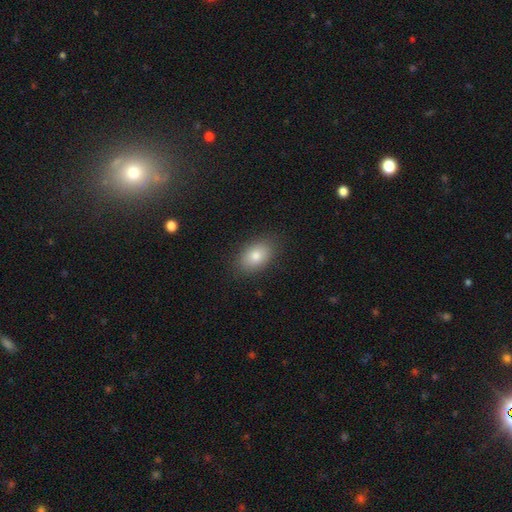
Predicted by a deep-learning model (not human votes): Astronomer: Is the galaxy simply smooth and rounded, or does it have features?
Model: smooth — 81%.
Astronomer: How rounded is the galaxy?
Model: in between — 87%.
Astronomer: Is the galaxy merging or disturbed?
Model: none — 86%.